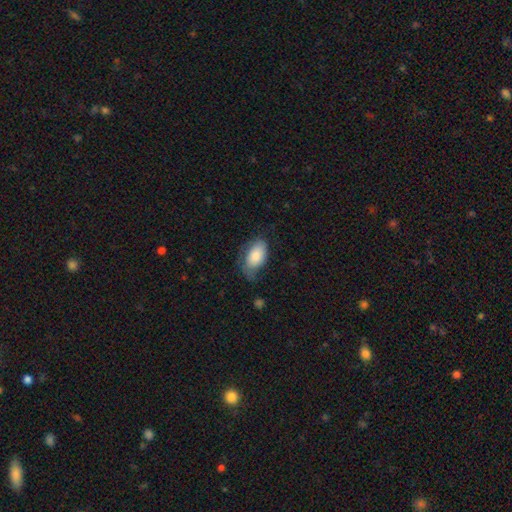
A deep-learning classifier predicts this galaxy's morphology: Smooth or featured: smooth — 77% (featured or disk — 17%)
How rounded: in between — 93% (round — 5%)
Merging: none — 46% (minor disturbance — 35%)